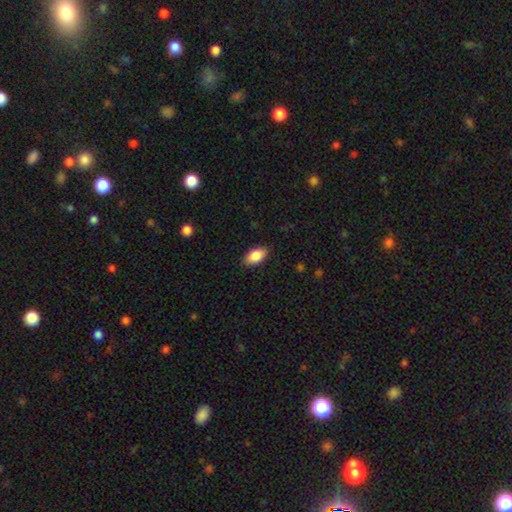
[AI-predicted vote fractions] Morphology: type=smooth (85%); roundness=in between (92%); merging=none (86%).